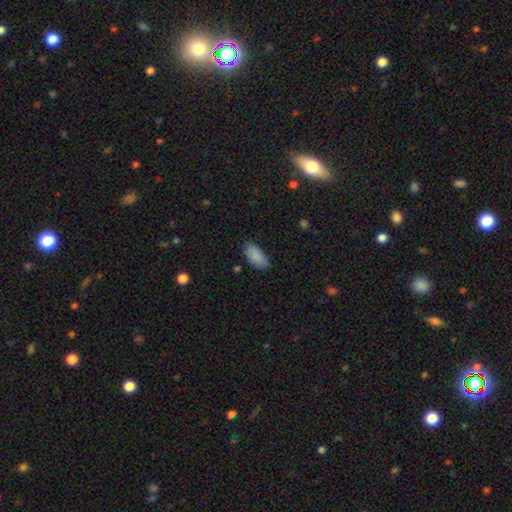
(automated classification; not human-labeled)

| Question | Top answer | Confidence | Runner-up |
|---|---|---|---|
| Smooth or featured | smooth | 88% | star or artifact (7%) |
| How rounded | in between | 93% | cigar-shaped (5%) |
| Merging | none | 79% | minor disturbance (16%) |